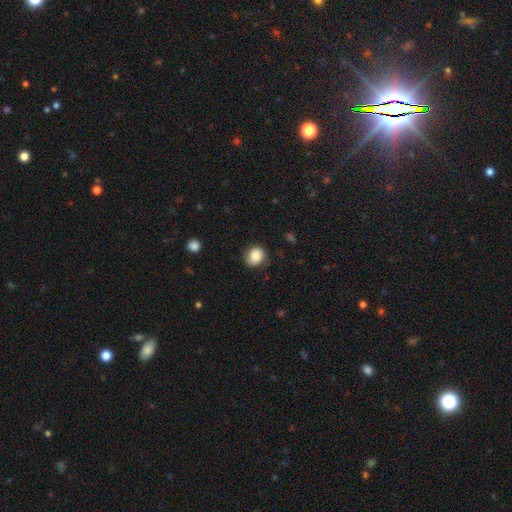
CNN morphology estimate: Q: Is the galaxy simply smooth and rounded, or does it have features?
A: smooth — 85%.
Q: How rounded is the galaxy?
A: round — 71%.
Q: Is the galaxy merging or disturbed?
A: none — 80%.